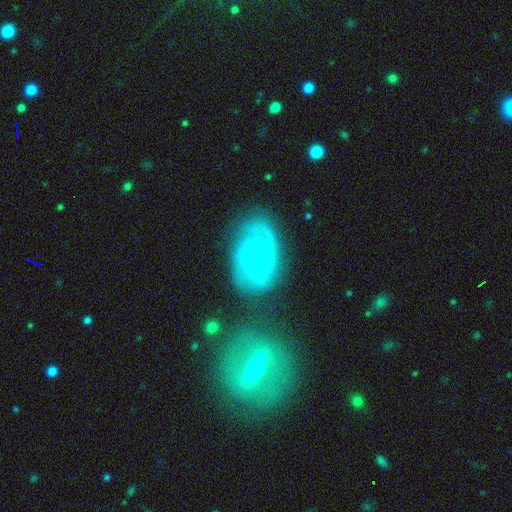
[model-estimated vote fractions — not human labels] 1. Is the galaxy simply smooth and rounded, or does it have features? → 78% featured or disk, 15% smooth, 6% star or artifact.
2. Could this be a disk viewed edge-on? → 96% no, 4% yes.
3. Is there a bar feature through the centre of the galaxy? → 48% no, 44% weak, 8% strong.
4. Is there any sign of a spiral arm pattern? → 91% yes, 9% no.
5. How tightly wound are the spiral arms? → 56% tight, 35% medium, 9% loose.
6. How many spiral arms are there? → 37% 2, 31% can't tell, 17% 3, 8% 1, 4% 4, 3% more than 4.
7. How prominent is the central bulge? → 52% small, 32% moderate, 11% none, 3% large, 1% dominant.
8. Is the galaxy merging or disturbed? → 63% none, 20% minor disturbance, 10% major disturbance, 7% merger.